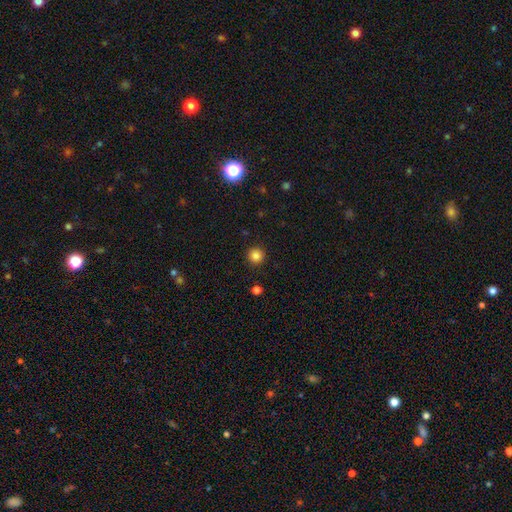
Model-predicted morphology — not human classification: smooth_or_featured: smooth (p=0.85) [alt: star or artifact p=0.12]
how_rounded: round (p=0.95) [alt: in between p=0.04]
merging: none (p=0.92) [alt: minor disturbance p=0.05]